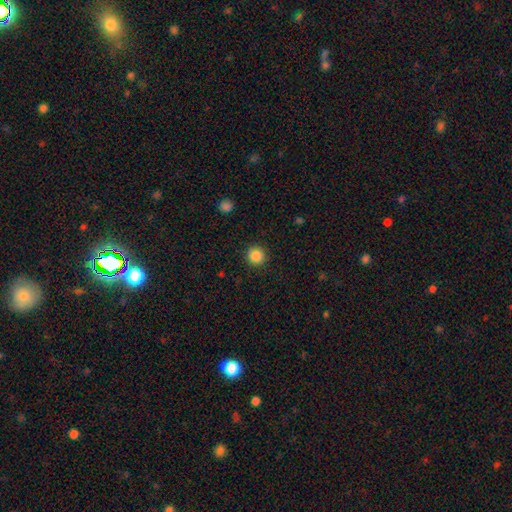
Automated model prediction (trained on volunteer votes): A smooth galaxy with no disk features (87%) that is round (95%). Merging: none (92%).